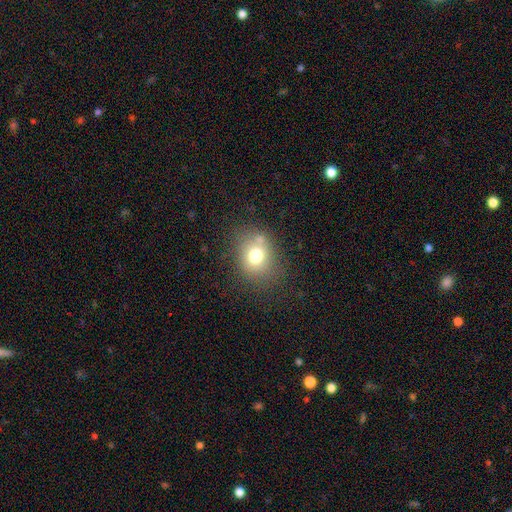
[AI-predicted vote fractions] Smooth or featured: smooth — 72% (featured or disk — 14%)
How rounded: round — 60% (in between — 39%)
Merging: none — 68% (minor disturbance — 16%)